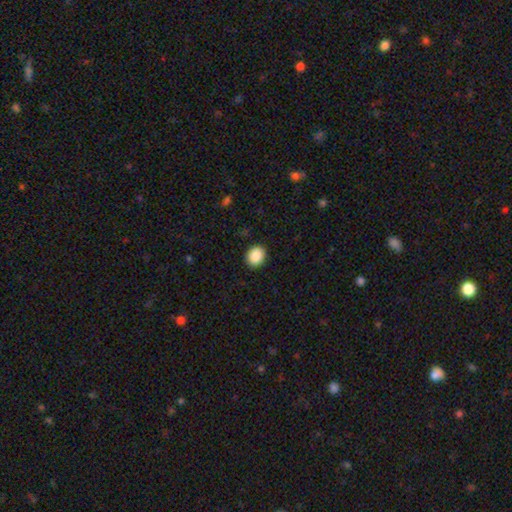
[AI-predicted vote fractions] This is clearly a smooth galaxy (89%). How rounded: likely round (62%). Merging: clearly none (91%).